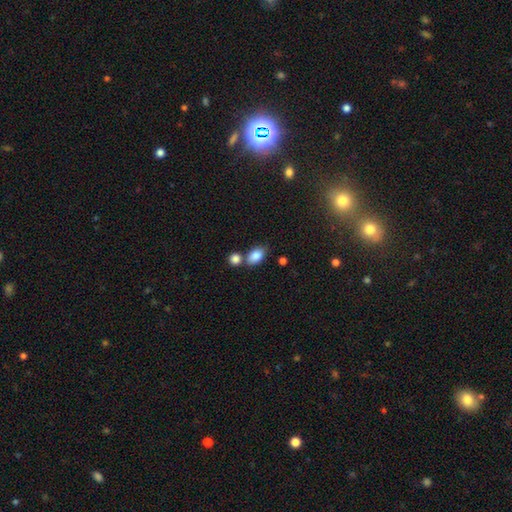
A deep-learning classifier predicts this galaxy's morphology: Smooth or featured: smooth — 85% (star or artifact — 8%)
How rounded: in between — 87% (round — 11%)
Merging: none — 57% (merger — 26%)